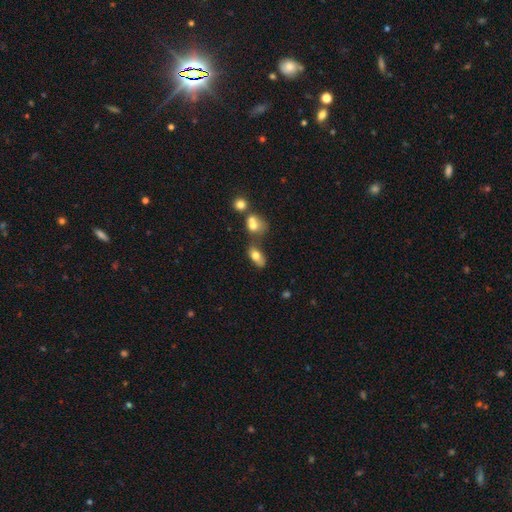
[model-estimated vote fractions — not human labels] This is likely a smooth galaxy (72%). How rounded: clearly in between (84%). Merging: marginally none (40%).